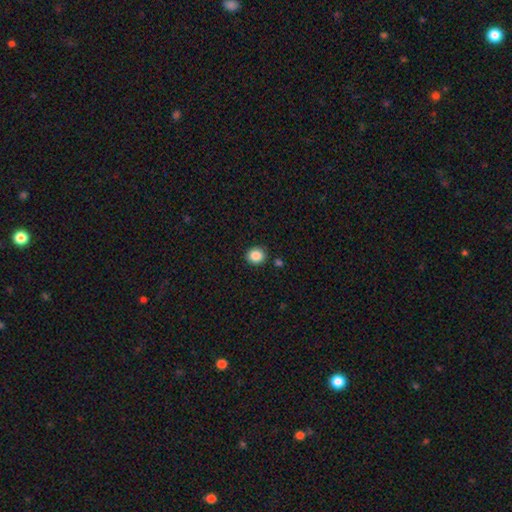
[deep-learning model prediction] Q: Smooth or featured?
A: smooth (87%); runner-up: star or artifact (10%)
Q: How rounded?
A: round (79%); runner-up: in between (20%)
Q: Merging?
A: none (89%); runner-up: minor disturbance (7%)